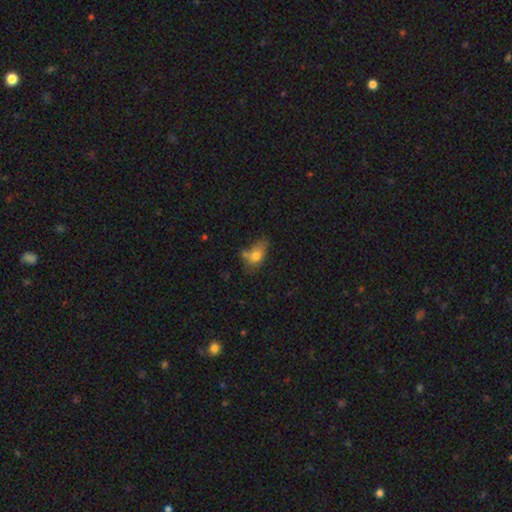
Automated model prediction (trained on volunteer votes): Smooth or featured? Predicted: smooth (p=0.74). How rounded? Predicted: in between (p=0.79). Merging? Predicted: none (p=0.40).